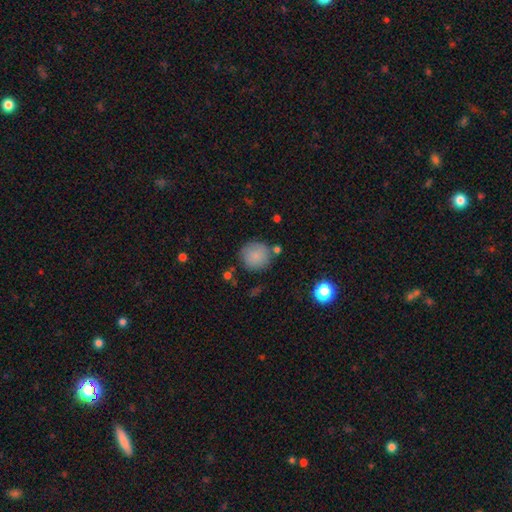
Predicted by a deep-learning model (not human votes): Smooth or featured?
  - smooth: 84% *
  - star or artifact: 8%
  - featured or disk: 7%
How rounded?
  - round: 91% *
  - in between: 8%
  - cigar-shaped: 1%
Merging?
  - none: 77% *
  - minor disturbance: 13%
  - merger: 6%
  - major disturbance: 4%